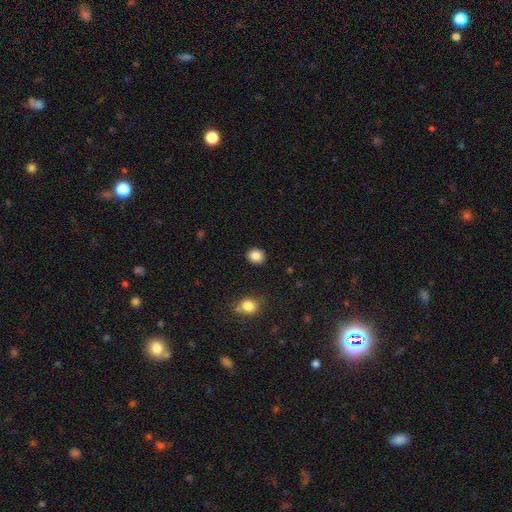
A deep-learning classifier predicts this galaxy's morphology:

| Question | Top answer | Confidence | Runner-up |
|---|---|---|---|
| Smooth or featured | smooth | 86% | star or artifact (10%) |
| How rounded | round | 73% | in between (26%) |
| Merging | none | 89% | minor disturbance (7%) |